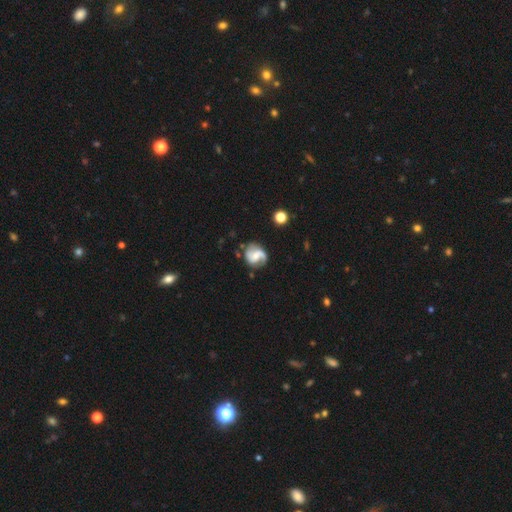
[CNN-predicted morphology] This is clearly a featured or disk galaxy (80%). It is clearly not viewed edge-on (98%). Bar: possibly weak (45%). Spiral arm pattern: clearly yes (95%). Spiral arm count: clearly 2 (85%). Spiral winding: possibly medium (46%). Central bulge: possibly small (45%). Merging: likely none (71%).